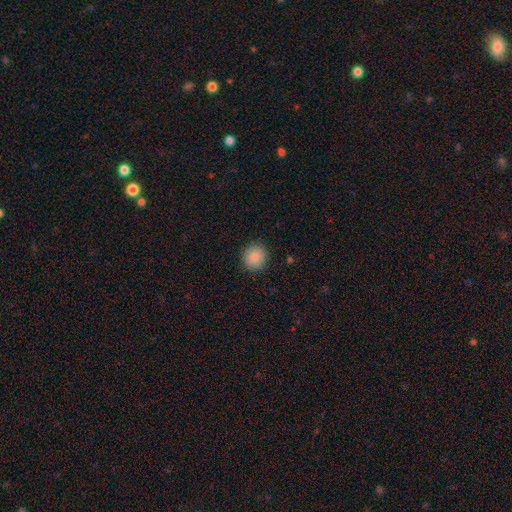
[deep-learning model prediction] Smooth or featured? Predicted: smooth (p=0.87). How rounded? Predicted: round (p=0.88). Merging? Predicted: none (p=0.90).